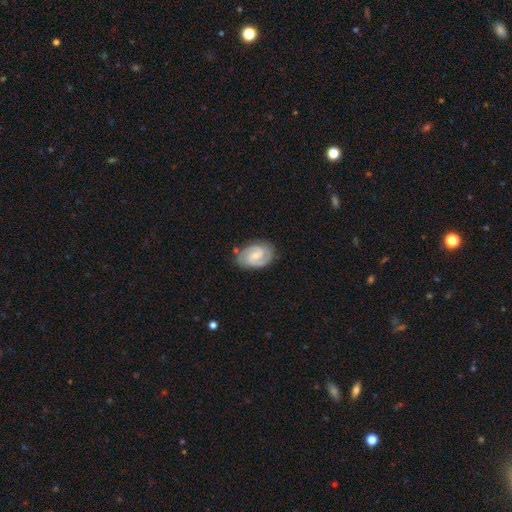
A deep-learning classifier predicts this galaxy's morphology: Smooth or featured? Predicted: featured or disk (p=0.83). Edge-on disk? Predicted: no (p=0.98). Bar? Predicted: weak (p=0.50). Spiral arms? Predicted: yes (p=0.97). Spiral winding? Predicted: tight (p=0.46). Spiral arm count? Predicted: 2 (p=0.89). Bulge size? Predicted: small (p=0.58). Merging? Predicted: none (p=0.81).